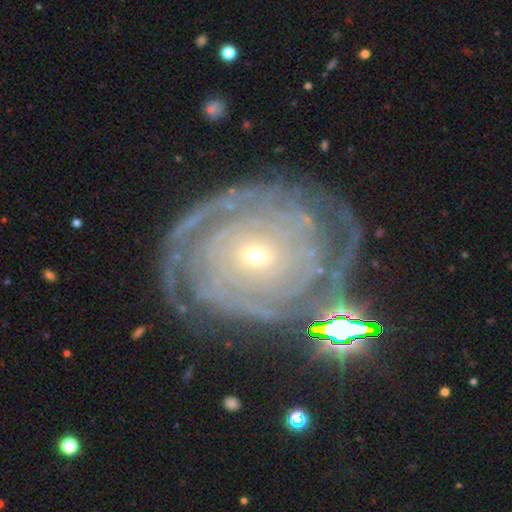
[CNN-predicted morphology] A featured or disk galaxy (86%) with no bar (78%), tight (84%) spiral arms (95%) and a small central bulge (79%).

Vote fractions:
- Smooth or featured? featured or disk: 86% / star or artifact: 7% / smooth: 6%
- Edge-on disk? no: 97% / yes: 3%
- Bar? no: 78% / weak: 15% / strong: 7%
- Spiral arms? yes: 95% / no: 5%
- Spiral winding? tight: 84% / medium: 13% / loose: 3%
- Spiral arm count? can't tell: 32% / 2: 17% / 4: 15% / 3: 15% / more than 4: 13% / 1: 7%
- Bulge size? small: 79% / moderate: 17% / large: 1% / dominant: 1% / none: 1%
- Merging? none: 73% / minor disturbance: 16% / major disturbance: 8% / merger: 3%